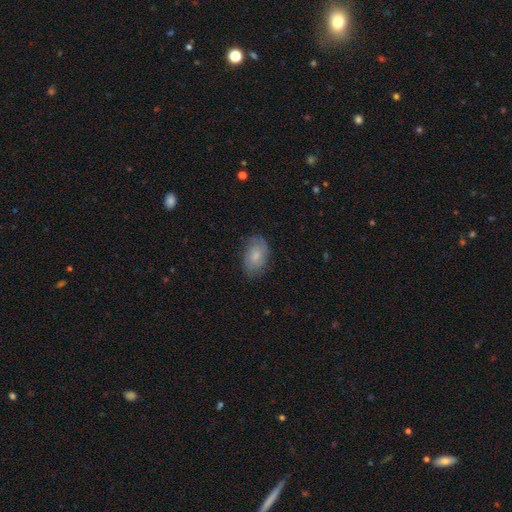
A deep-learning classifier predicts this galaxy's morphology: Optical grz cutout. It shows a smooth galaxy with no disk features (61%) that is in between round and cigar-shaped (89%). Merging: none (75%).